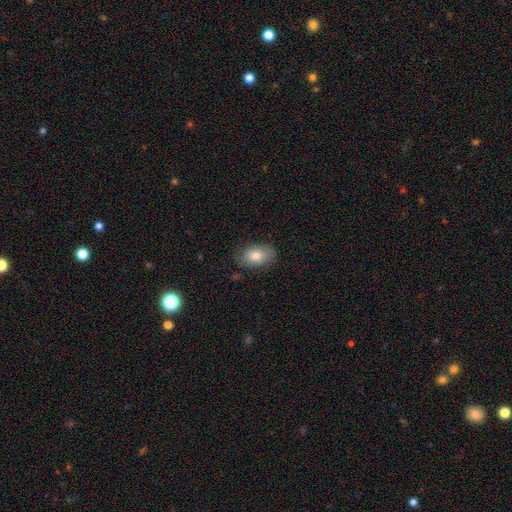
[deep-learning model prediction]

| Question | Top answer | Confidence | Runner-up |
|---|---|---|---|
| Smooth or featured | smooth | 79% | featured or disk (13%) |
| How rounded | in between | 88% | round (11%) |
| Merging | none | 79% | minor disturbance (16%) |